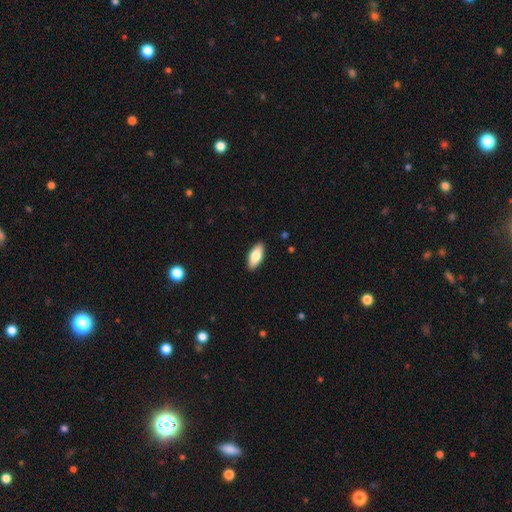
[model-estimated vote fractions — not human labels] smooth-or-featured: smooth: 78% | featured or disk: 16% | star or artifact: 6%
  how-rounded: in between: 85% | cigar-shaped: 12% | round: 2%
  merging: none: 89% | minor disturbance: 8% | major disturbance: 2% | merger: 1%